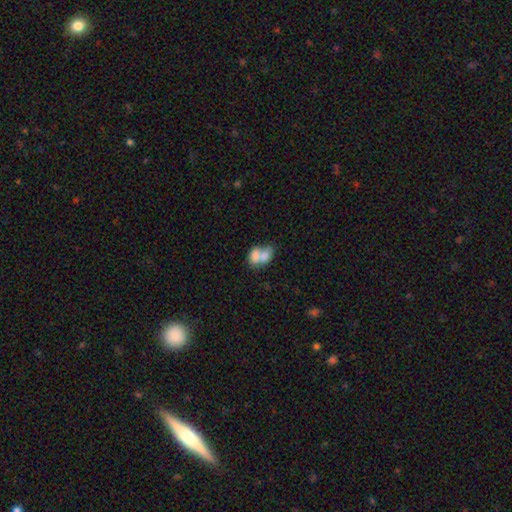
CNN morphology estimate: Smooth or featured?
  - smooth: 71% *
  - featured or disk: 21%
  - star or artifact: 8%
How rounded?
  - in between: 76% *
  - round: 22%
  - cigar-shaped: 2%
Merging?
  - merger: 73% *
  - none: 16%
  - minor disturbance: 6%
  - major disturbance: 4%